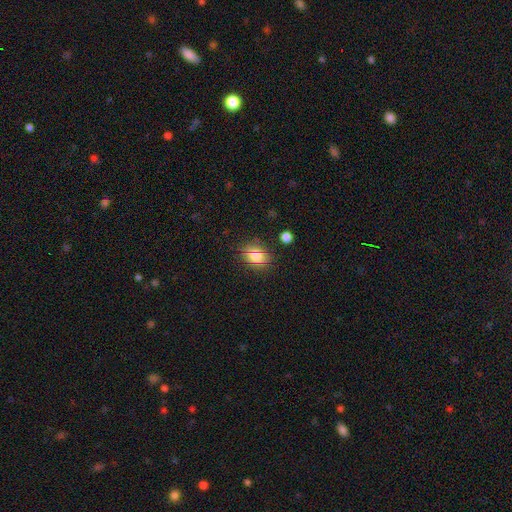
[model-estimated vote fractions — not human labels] Morphology: type=smooth (76%); roundness=in between (57%); merging=none (82%).